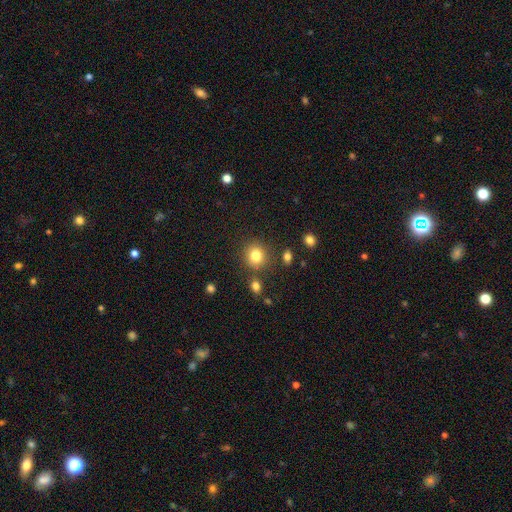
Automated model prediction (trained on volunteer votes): Smooth or featured: smooth — 82% (star or artifact — 11%)
How rounded: round — 88% (in between — 11%)
Merging: none — 82% (minor disturbance — 9%)